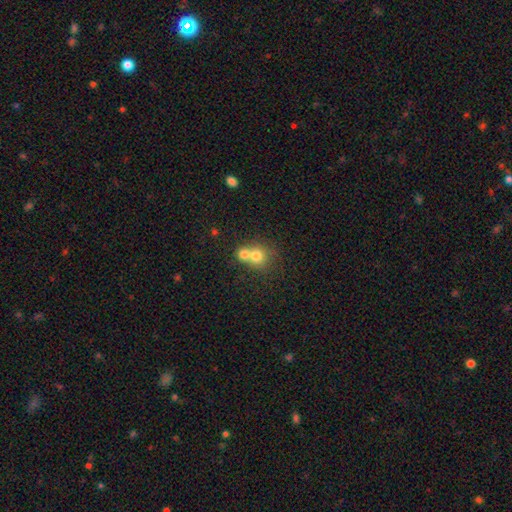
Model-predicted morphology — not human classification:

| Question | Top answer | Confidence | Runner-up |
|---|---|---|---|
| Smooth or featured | smooth | 74% | featured or disk (15%) |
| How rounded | round | 82% | in between (18%) |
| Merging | merger | 64% | none (28%) |